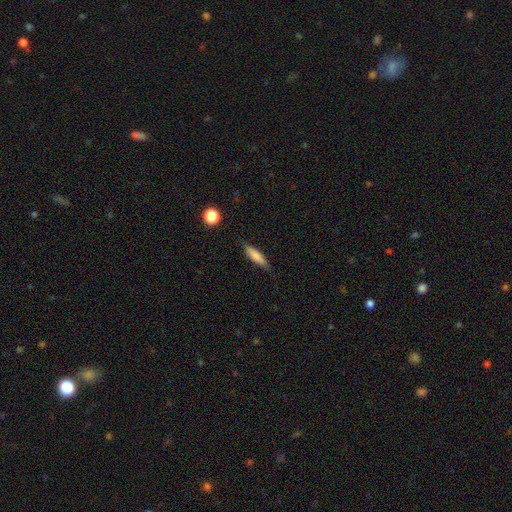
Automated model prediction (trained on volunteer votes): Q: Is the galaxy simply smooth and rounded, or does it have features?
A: smooth — 77%.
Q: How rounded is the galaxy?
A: cigar-shaped — 73%.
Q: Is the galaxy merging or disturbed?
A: none — 83%.